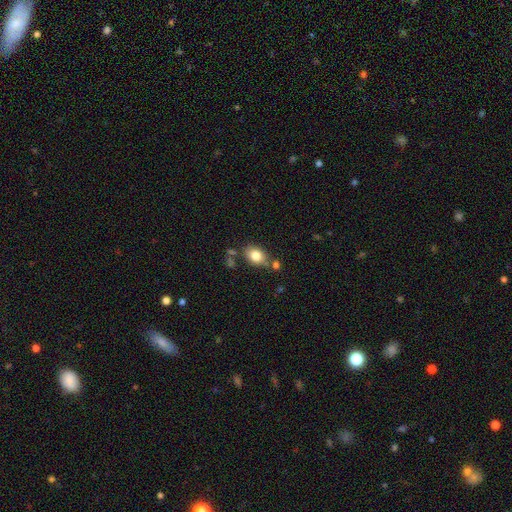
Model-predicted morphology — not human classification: Smooth or featured? smooth (80%)
How rounded? in between (73%)
Merging? none (67%)